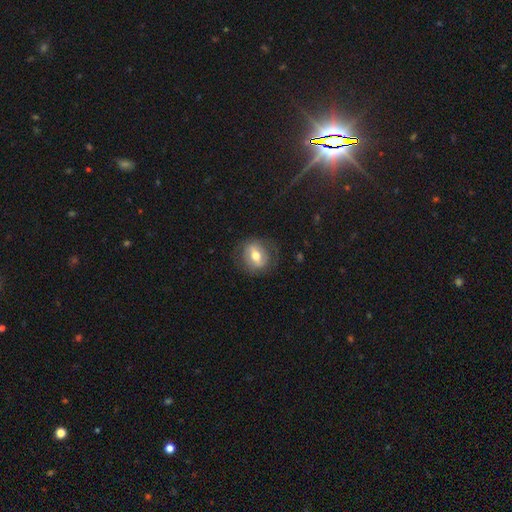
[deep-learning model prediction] A featured or disk galaxy (48%).

Vote fractions:
- Smooth or featured? featured or disk: 48% / smooth: 44% / star or artifact: 8%
- Merging? none: 76% / minor disturbance: 15% / major disturbance: 8% / merger: 1%